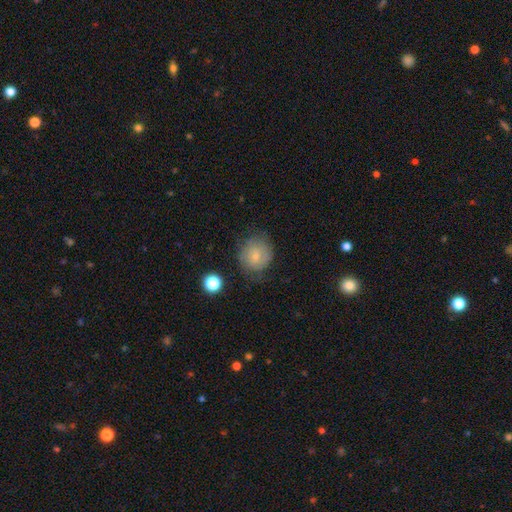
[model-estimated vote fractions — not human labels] Smooth or featured: smooth — 64% (featured or disk — 27%)
How rounded: round — 85% (in between — 14%)
Merging: none — 63% (minor disturbance — 25%)